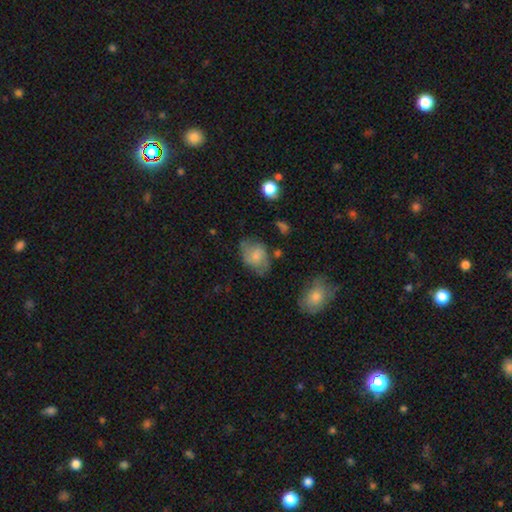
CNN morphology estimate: Smooth or featured? Predicted: smooth (p=0.55). How rounded? Predicted: in between (p=0.75). Merging? Predicted: none (p=0.56).